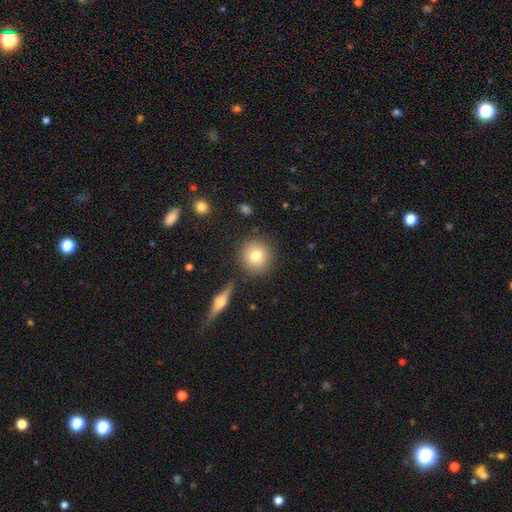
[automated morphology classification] Smooth or featured? smooth (76%)
How rounded? round (91%)
Merging? none (83%)